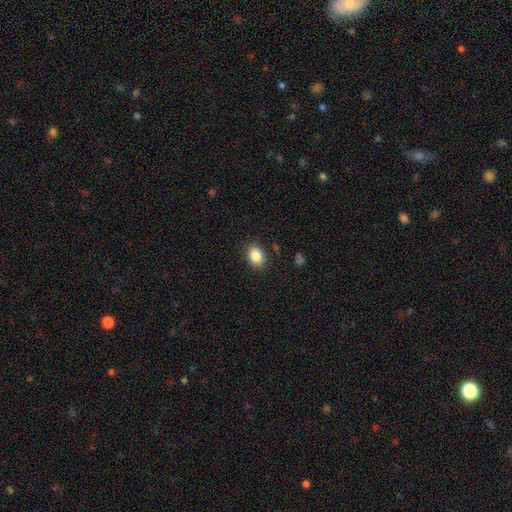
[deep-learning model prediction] Smooth or featured? smooth (85%)
How rounded? in between (73%)
Merging? none (88%)